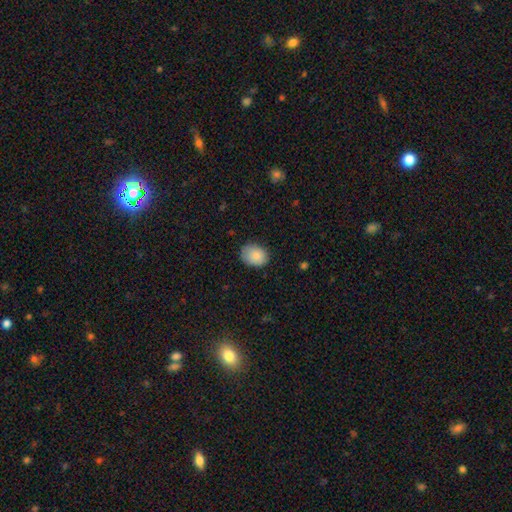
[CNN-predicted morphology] smooth-or-featured: smooth: 86% | star or artifact: 8% | featured or disk: 6%
  how-rounded: in between: 61% | round: 38% | cigar-shaped: 1%
  merging: none: 79% | minor disturbance: 17% | major disturbance: 3% | merger: 1%